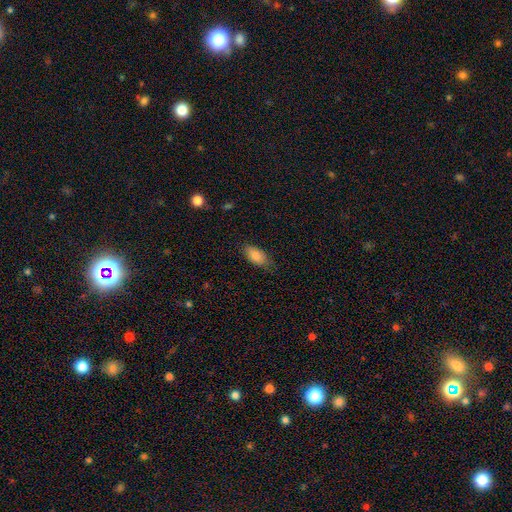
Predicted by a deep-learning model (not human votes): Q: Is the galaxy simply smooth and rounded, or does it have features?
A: smooth — 86%.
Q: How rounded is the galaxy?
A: in between — 91%.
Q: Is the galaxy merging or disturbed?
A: none — 77%.